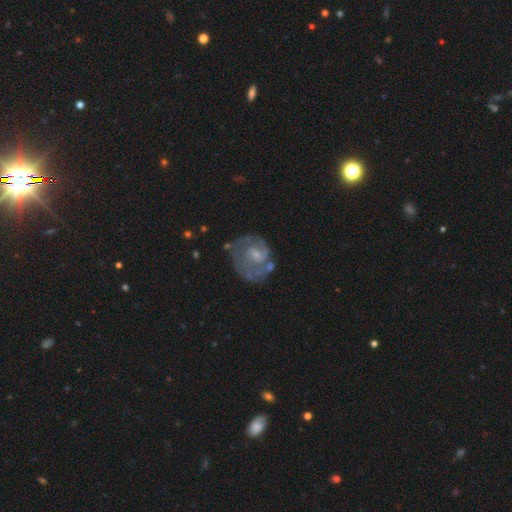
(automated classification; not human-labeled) Smooth or featured? Predicted: featured or disk (p=0.78). Edge-on disk? Predicted: no (p=0.98). Bar? Predicted: no (p=0.50). Spiral arms? Predicted: yes (p=0.89). Spiral winding? Predicted: tight (p=0.52). Spiral arm count? Predicted: 2 (p=0.47). Bulge size? Predicted: small (p=0.57). Merging? Predicted: none (p=0.58).